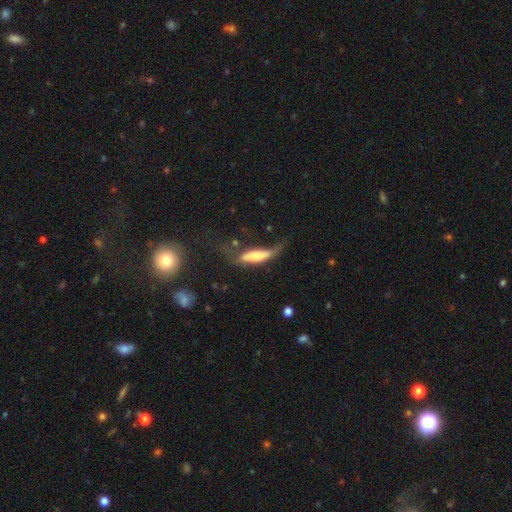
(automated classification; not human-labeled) The model was most divided on "merging": major disturbance: 35%, none: 29%, minor disturbance: 29%, merger: 6%. More confident: smooth or featured — smooth (57%); how rounded — cigar-shaped (56%).